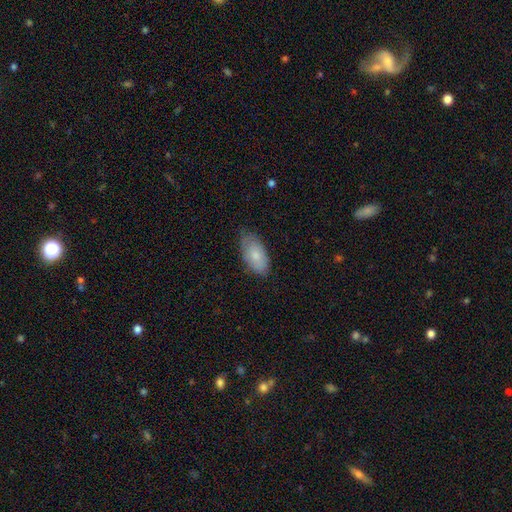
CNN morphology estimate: Smooth or featured? smooth (78%)
How rounded? in between (93%)
Merging? none (66%)